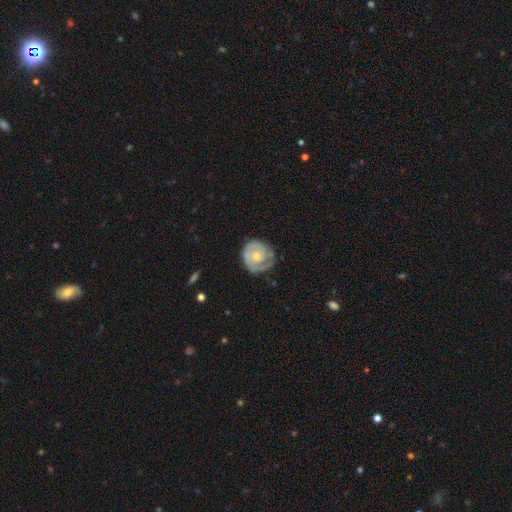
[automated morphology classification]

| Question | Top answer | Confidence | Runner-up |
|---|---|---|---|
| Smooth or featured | featured or disk | 72% | smooth (23%) |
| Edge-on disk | no | 98% | yes (2%) |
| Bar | no | 77% | weak (20%) |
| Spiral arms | yes | 90% | no (10%) |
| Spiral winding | tight | 68% | medium (24%) |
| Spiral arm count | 1 | 36% | 2 (35%) |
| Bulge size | small | 53% | moderate (38%) |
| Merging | none | 68% | minor disturbance (21%) |